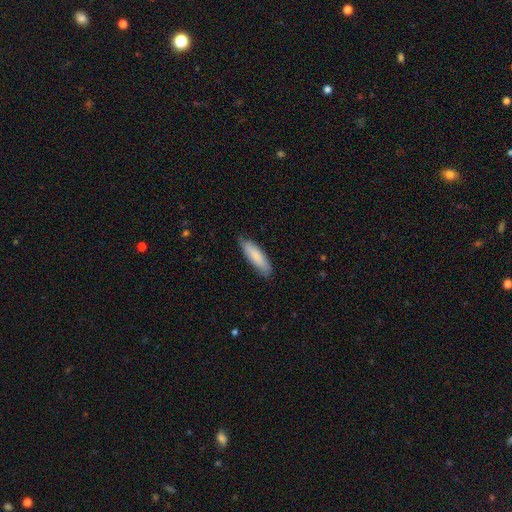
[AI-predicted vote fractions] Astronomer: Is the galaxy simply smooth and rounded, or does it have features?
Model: smooth — 84%.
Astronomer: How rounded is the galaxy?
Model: cigar-shaped — 60% (runner-up: in between, 39%).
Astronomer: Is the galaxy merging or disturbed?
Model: none — 81%.